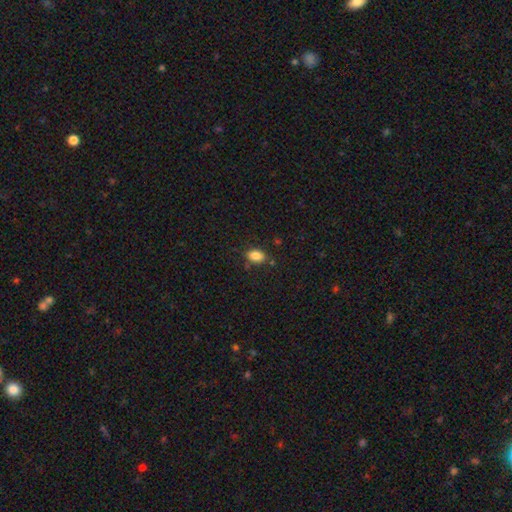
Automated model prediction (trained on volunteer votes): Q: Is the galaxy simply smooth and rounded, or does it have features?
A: smooth — 86%.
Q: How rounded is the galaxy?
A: in between — 86%.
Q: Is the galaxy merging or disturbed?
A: none — 81%.